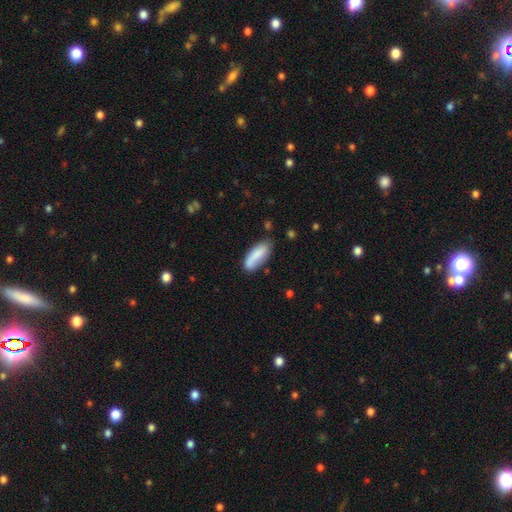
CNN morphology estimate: A smooth galaxy with no disk features (79%) that is in between round and cigar-shaped (73%). Merging: none (66%).